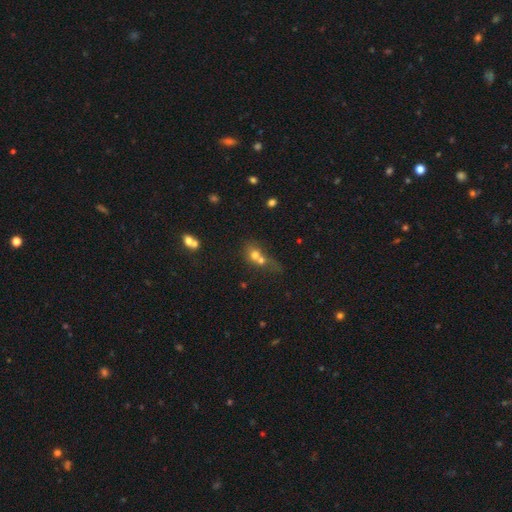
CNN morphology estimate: A smooth galaxy with no disk features (61%) that is round (70%).

Vote fractions:
- Smooth or featured? smooth: 61% / featured or disk: 21% / star or artifact: 18%
- How rounded? round: 70% / in between: 28% / cigar-shaped: 3%
- Merging? merger: 63% / none: 24% / minor disturbance: 7% / major disturbance: 6%